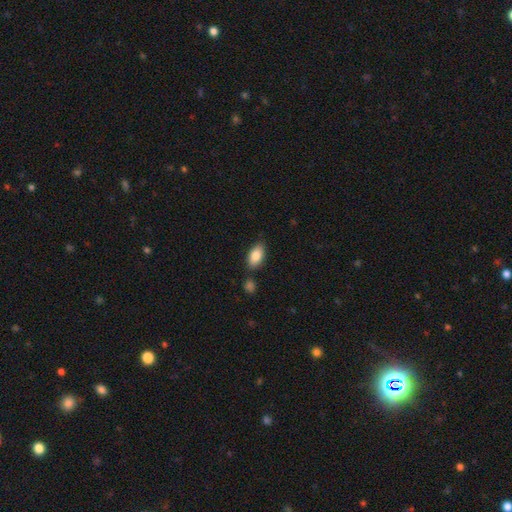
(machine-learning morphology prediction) Smooth or featured?
  - smooth: 84% *
  - featured or disk: 9%
  - star or artifact: 7%
How rounded?
  - in between: 92% *
  - cigar-shaped: 5%
  - round: 4%
Merging?
  - none: 81% *
  - minor disturbance: 12%
  - merger: 5%
  - major disturbance: 2%